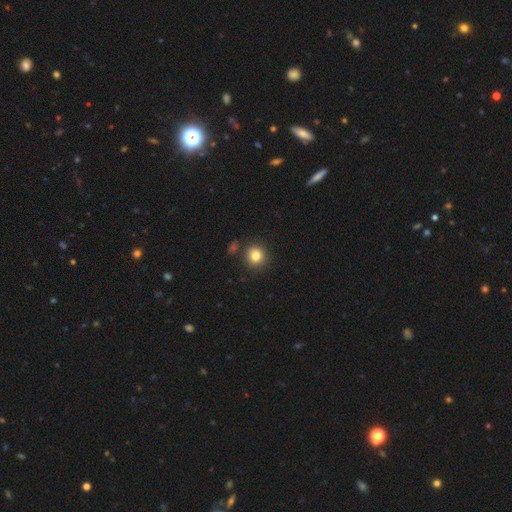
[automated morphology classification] A smooth galaxy with no disk features (82%) that is round (90%). Merging: none (84%).